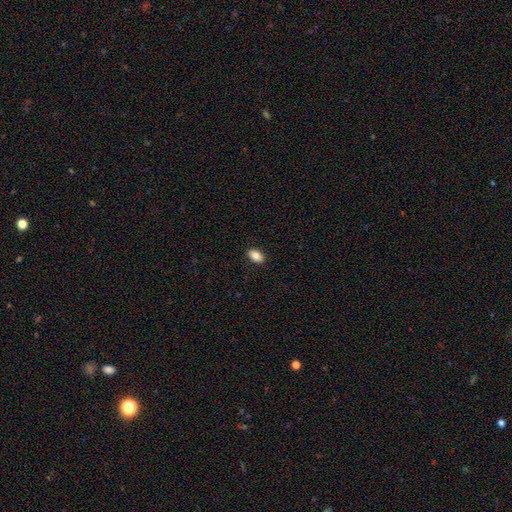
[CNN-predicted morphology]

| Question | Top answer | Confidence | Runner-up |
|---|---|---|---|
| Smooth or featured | smooth | 84% | featured or disk (9%) |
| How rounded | in between | 91% | round (7%) |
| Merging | none | 89% | minor disturbance (8%) |